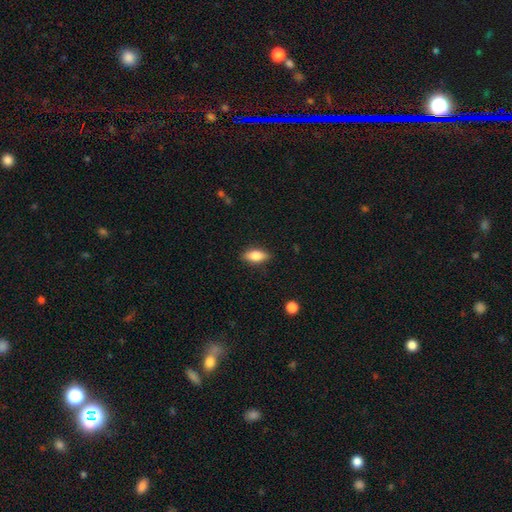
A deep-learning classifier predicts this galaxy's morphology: This appears to be a smooth galaxy with no disk features (73%) that is in between round and cigar-shaped (80%). Merging: none (87%).